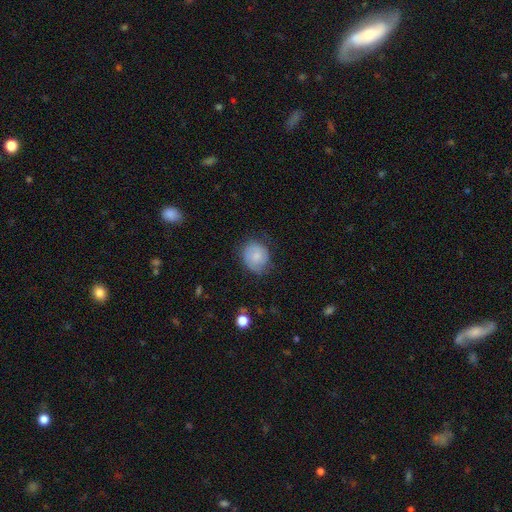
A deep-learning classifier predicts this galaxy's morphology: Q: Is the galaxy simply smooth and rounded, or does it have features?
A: smooth — 70%.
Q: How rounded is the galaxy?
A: round — 67%.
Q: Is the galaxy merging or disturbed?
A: none — 65%.